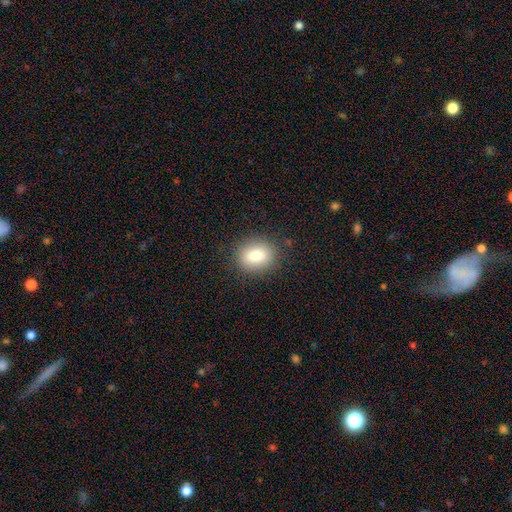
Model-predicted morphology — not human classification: type=smooth (81%); roundness=round (50%); merging=none (86%).